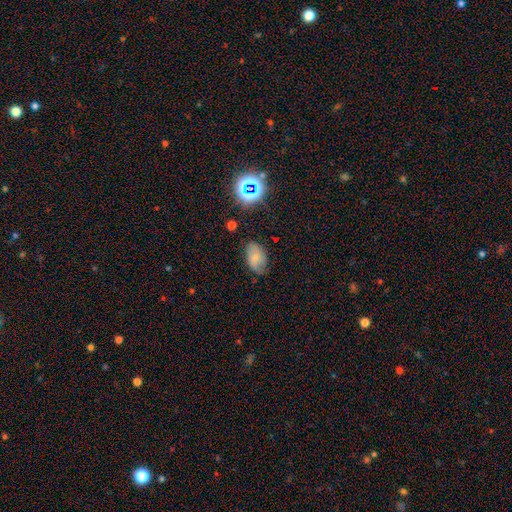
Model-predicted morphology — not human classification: smooth_or_featured: smooth (p=0.69) [alt: featured or disk p=0.18]
how_rounded: in between (p=0.88) [alt: round p=0.11]
merging: none (p=0.68) [alt: minor disturbance p=0.24]